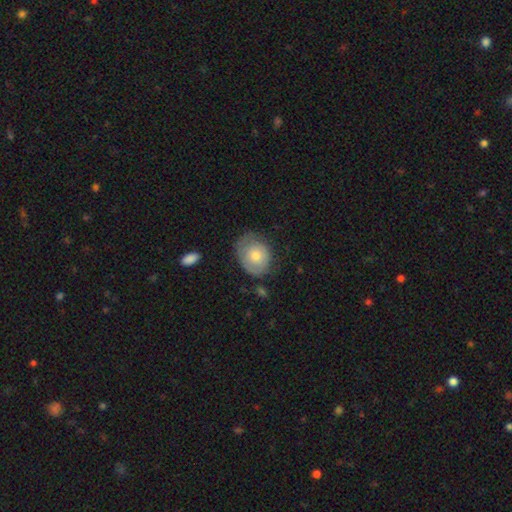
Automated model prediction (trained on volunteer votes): Smooth or featured? Predicted: smooth (p=0.60). How rounded? Predicted: round (p=0.50). Merging? Predicted: none (p=0.58).